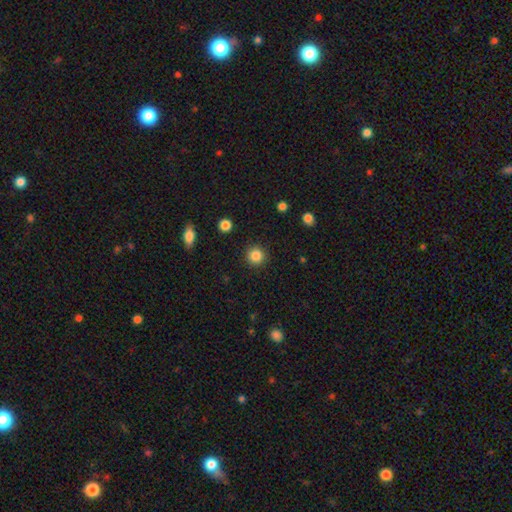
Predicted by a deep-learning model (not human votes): Overall: smooth (85%). How rounded: round (94%). Merging: none (92%).